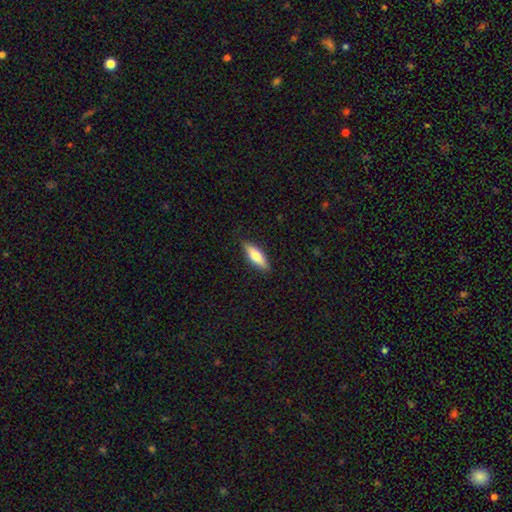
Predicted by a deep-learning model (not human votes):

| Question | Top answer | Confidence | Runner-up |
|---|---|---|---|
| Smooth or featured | smooth | 67% | featured or disk (27%) |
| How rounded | in between | 52% | cigar-shaped (46%) |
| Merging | none | 87% | minor disturbance (10%) |